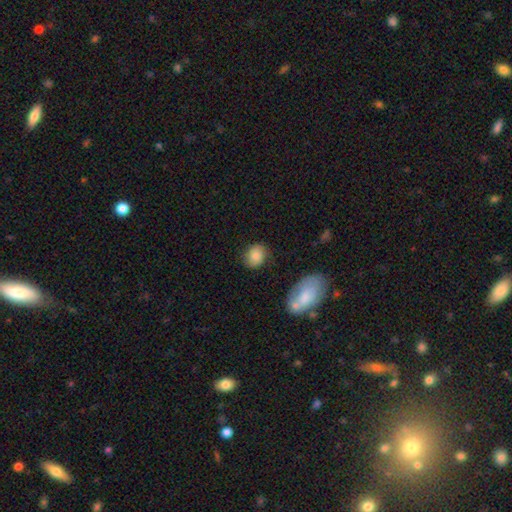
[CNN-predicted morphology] Smooth or featured? smooth (78%)
How rounded? round (59%)
Merging? none (77%)